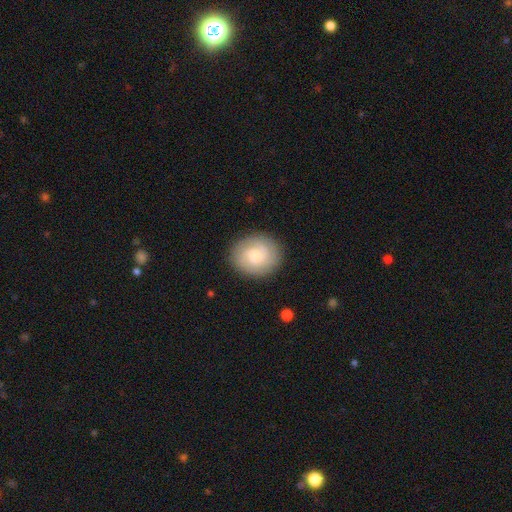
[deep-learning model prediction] featured or disk 67%, smooth 26%, star or artifact 6%. Down the decision tree: edge-on disk — no (98%); bar — no (66%); spiral arms — yes (94%); spiral arm count — 2 (43%); spiral winding — tight (63%); bulge size — small (43%); merging — none (86%).